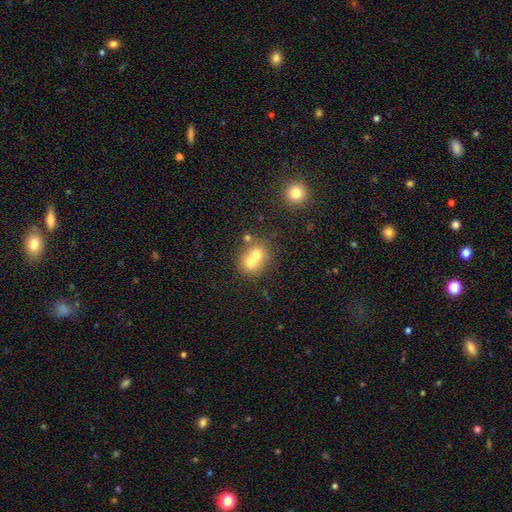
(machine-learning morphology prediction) This is likely a smooth galaxy (65%). How rounded: likely round (76%). Merging: likely merger (62%).